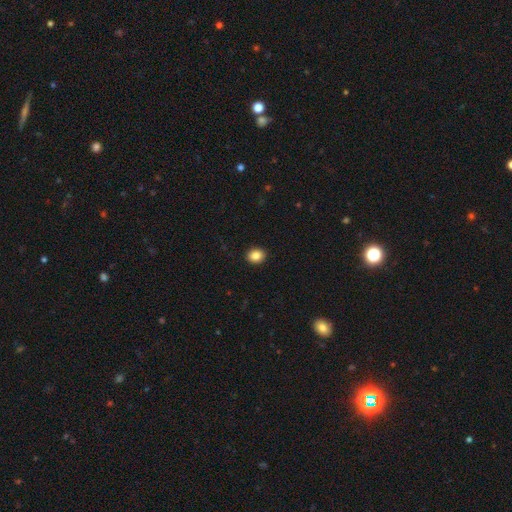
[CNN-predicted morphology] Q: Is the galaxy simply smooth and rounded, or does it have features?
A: smooth — 86%.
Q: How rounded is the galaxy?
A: round — 64%.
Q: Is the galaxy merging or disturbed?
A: none — 92%.